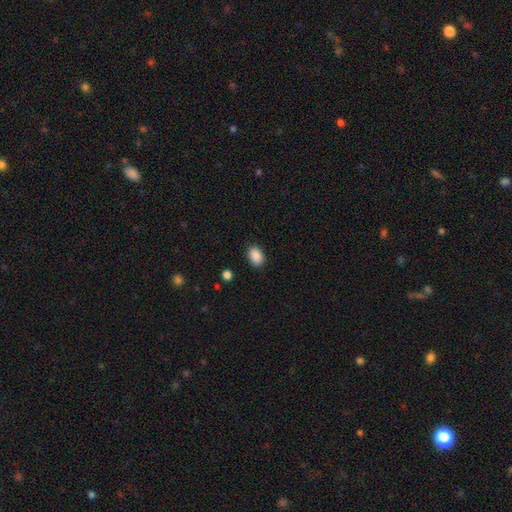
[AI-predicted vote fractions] Smooth or featured? Predicted: smooth (p=0.89). How rounded? Predicted: in between (p=0.80). Merging? Predicted: none (p=0.88).